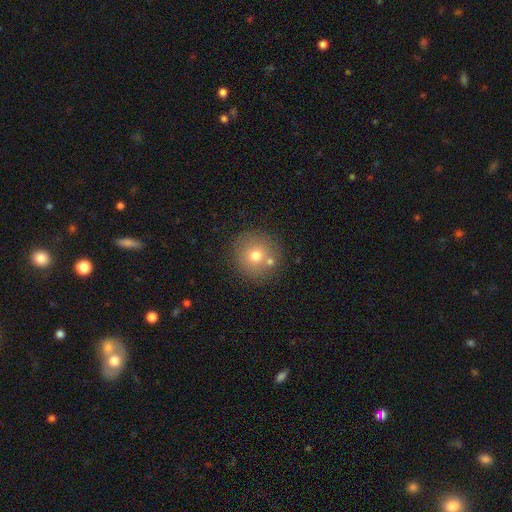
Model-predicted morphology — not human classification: The model was most divided on "smooth or featured": smooth: 70%, featured or disk: 17%, star or artifact: 13%. More confident: how rounded — round (93%); merging — none (74%).